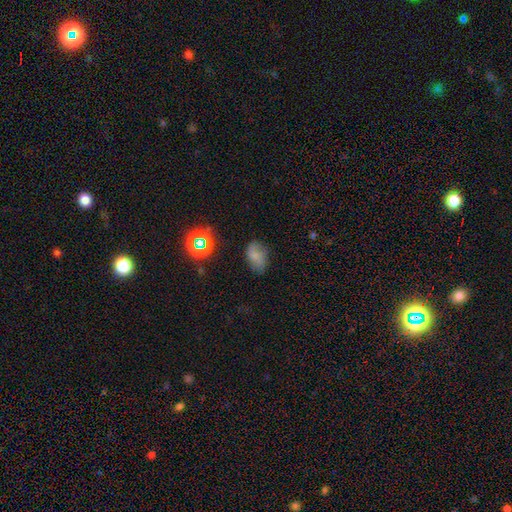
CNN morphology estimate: This is likely a smooth galaxy (62%). How rounded: clearly in between (85%). Merging: likely none (65%).